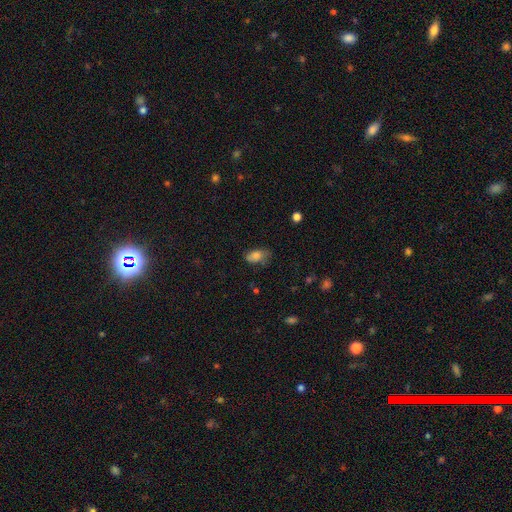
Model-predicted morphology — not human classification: Smooth or featured? smooth (79%)
How rounded? in between (90%)
Merging? none (57%)